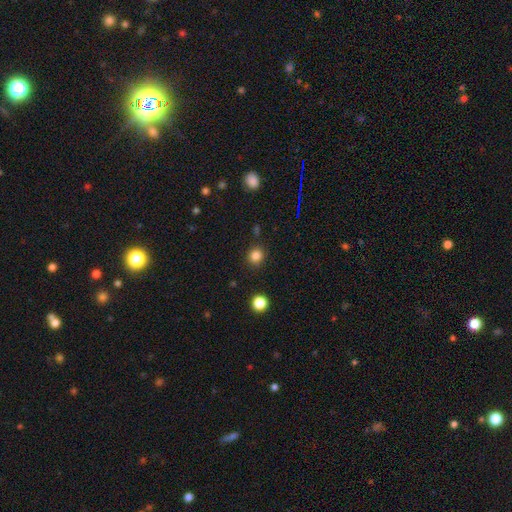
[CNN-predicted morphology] This appears to be a smooth galaxy with no disk features (83%) that is round (87%). Merging: none (88%).